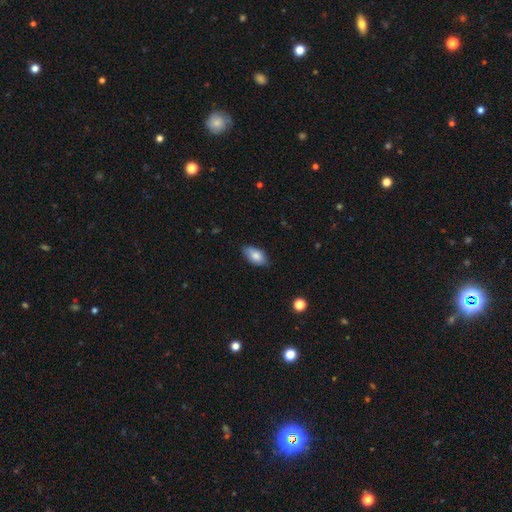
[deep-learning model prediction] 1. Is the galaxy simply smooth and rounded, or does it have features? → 81% smooth, 13% featured or disk, 7% star or artifact.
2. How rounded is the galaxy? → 92% in between, 4% cigar-shaped, 4% round.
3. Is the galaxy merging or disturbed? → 78% none, 18% minor disturbance, 3% major disturbance, 1% merger.